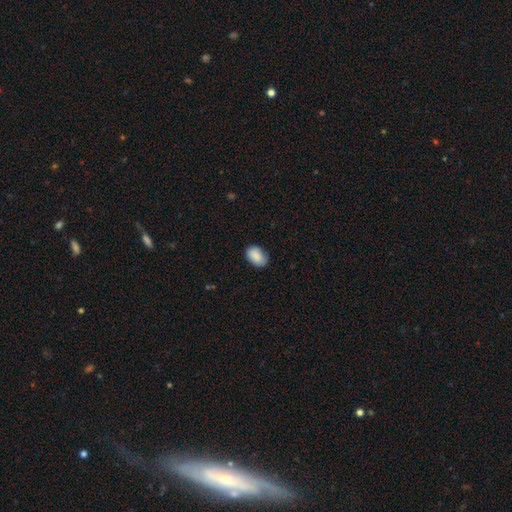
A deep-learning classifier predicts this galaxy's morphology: Overall: smooth (88%). How rounded: in between (87%). Merging: none (79%).